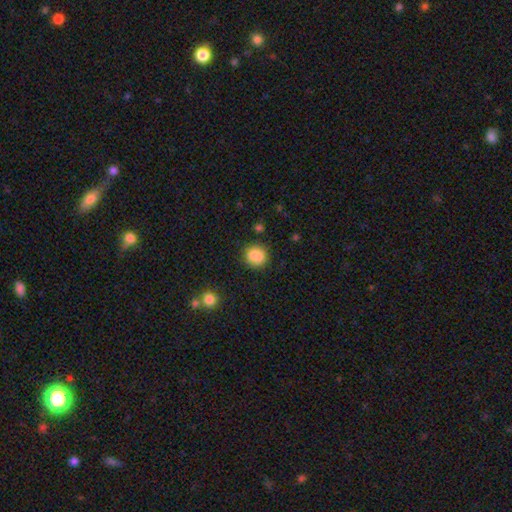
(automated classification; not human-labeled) Smooth or featured?
  - smooth: 84% *
  - star or artifact: 9%
  - featured or disk: 6%
How rounded?
  - round: 81% *
  - in between: 18%
  - cigar-shaped: 1%
Merging?
  - none: 74% *
  - minor disturbance: 14%
  - merger: 9%
  - major disturbance: 4%